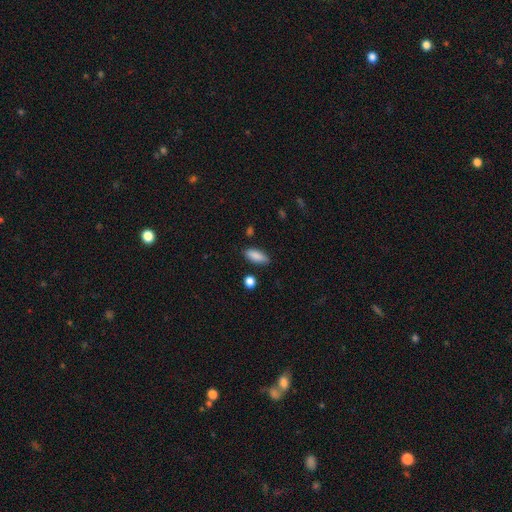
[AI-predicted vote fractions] smooth-or-featured: smooth: 86% | star or artifact: 7% | featured or disk: 7%
  how-rounded: in between: 74% | cigar-shaped: 23% | round: 3%
  merging: none: 83% | minor disturbance: 12% | merger: 3% | major disturbance: 3%